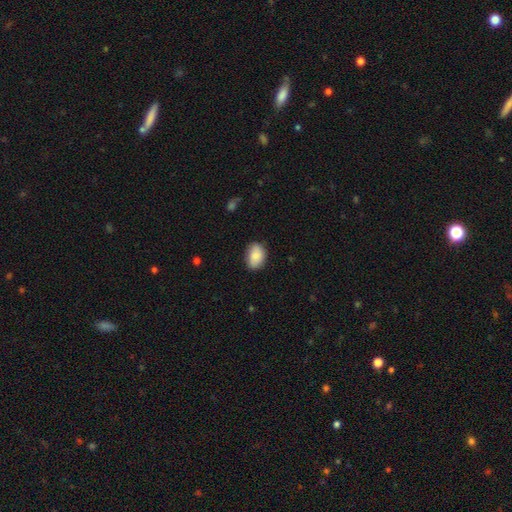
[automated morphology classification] Smooth or featured: smooth — 85% (featured or disk — 8%)
How rounded: in between — 80% (round — 19%)
Merging: none — 80% (minor disturbance — 16%)